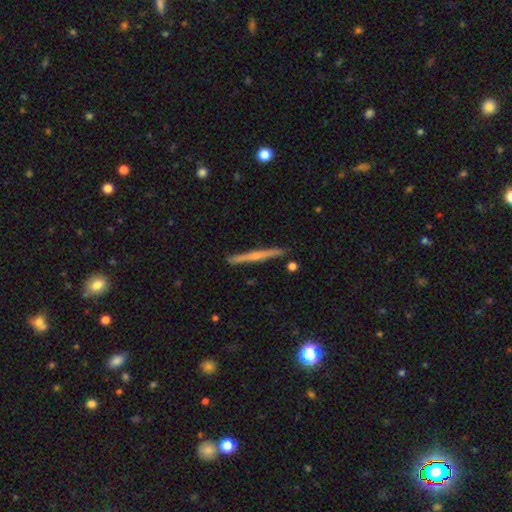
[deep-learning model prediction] The model was most divided on "edge-on bulge": rounded: 55%, none: 38%, boxy: 7%. More confident: edge-on disk — yes (98%); merging — none (91%); smooth or featured — featured or disk (62%).